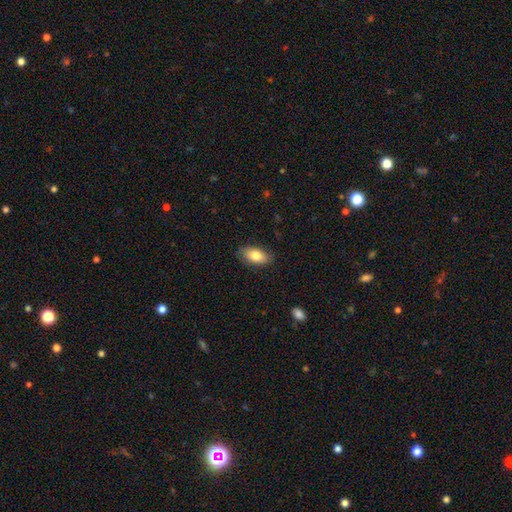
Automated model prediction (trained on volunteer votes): This appears to be a smooth galaxy with no disk features (79%) that is in between round and cigar-shaped (91%). Merging: none (85%).